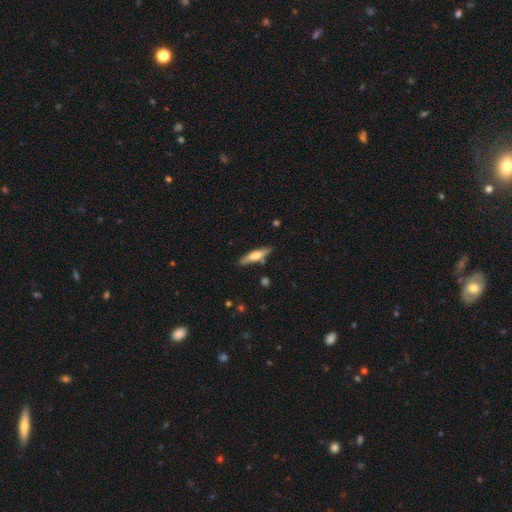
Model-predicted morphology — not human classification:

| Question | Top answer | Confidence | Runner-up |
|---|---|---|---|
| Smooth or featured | smooth | 52% | featured or disk (42%) |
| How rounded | cigar-shaped | 80% | in between (19%) |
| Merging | none | 82% | minor disturbance (12%) |